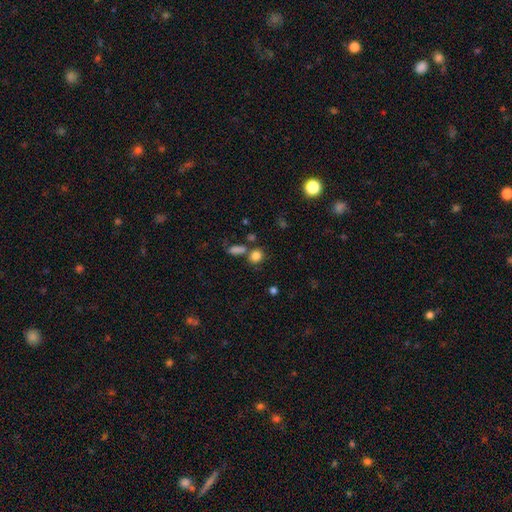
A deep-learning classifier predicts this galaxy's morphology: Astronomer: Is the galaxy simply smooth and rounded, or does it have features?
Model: smooth — 82%.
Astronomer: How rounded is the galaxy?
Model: round — 73%.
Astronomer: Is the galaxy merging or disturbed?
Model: none — 64%.